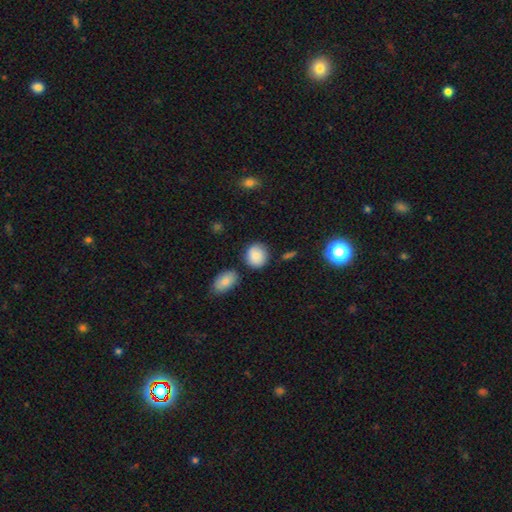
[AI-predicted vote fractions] Smooth or featured?
  - smooth: 85% *
  - star or artifact: 8%
  - featured or disk: 6%
How rounded?
  - round: 81% *
  - in between: 18%
  - cigar-shaped: 1%
Merging?
  - none: 80% *
  - minor disturbance: 12%
  - merger: 5%
  - major disturbance: 3%